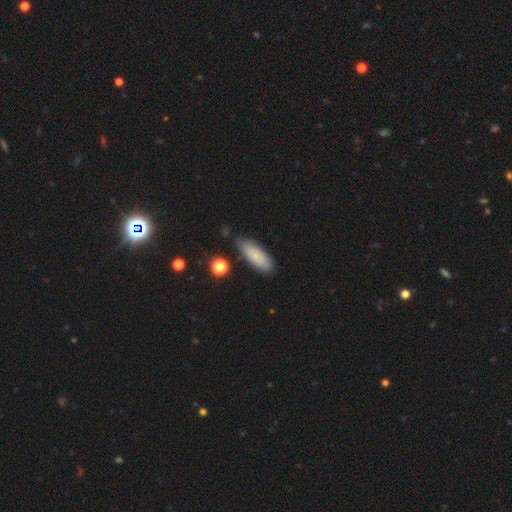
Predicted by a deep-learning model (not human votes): Overall: smooth (80%). How rounded: in between (63%; cigar-shaped 35%). Merging: none (81%).